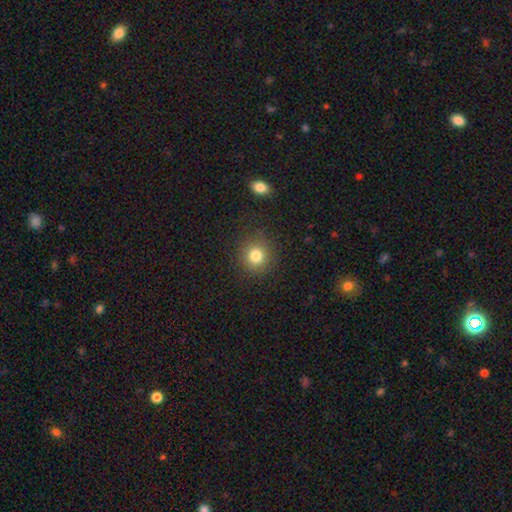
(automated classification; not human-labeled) The model was most divided on "smooth or featured": smooth: 80%, star or artifact: 13%, featured or disk: 7%. More confident: how rounded — round (90%); merging — none (88%).